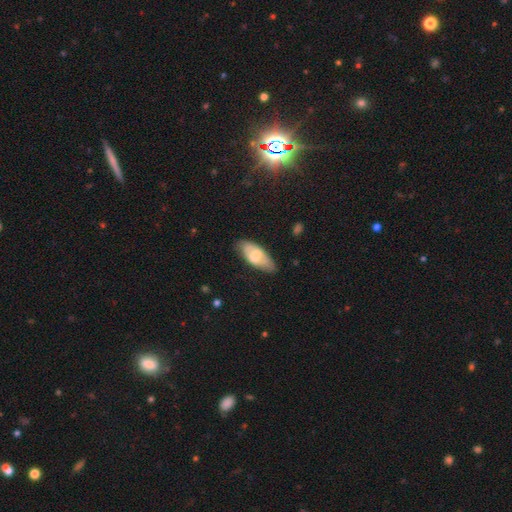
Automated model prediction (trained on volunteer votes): A smooth galaxy with no disk features (54%) that is in between round and cigar-shaped (83%). Merging: none (71%).